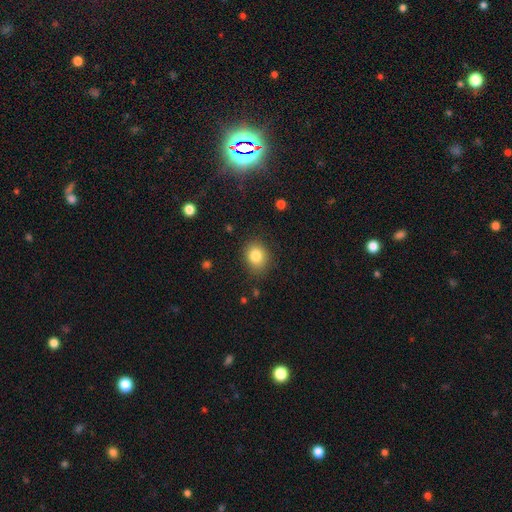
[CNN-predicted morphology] smooth 83%, star or artifact 10%, featured or disk 7%. Down the decision tree: how rounded — round (62%); merging — none (84%).